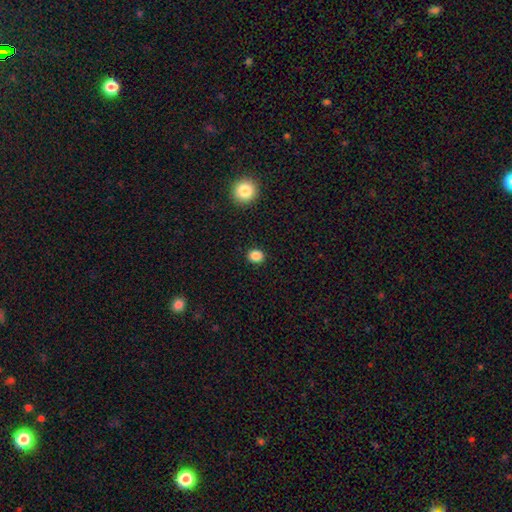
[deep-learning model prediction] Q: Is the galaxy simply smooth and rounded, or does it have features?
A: smooth — 86%.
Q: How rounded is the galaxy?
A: round — 73%.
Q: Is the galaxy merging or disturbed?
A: none — 91%.